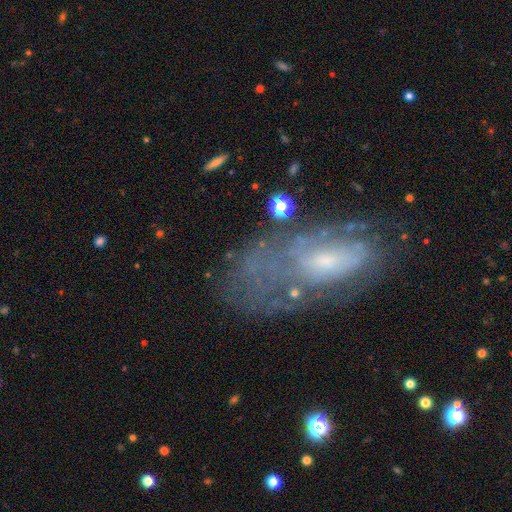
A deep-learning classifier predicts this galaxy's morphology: Q: Smooth or featured?
A: featured or disk (64%); runner-up: smooth (24%)
Q: Edge-on disk?
A: no (91%); runner-up: yes (9%)
Q: Bar?
A: no (74%); runner-up: weak (21%)
Q: Spiral arms?
A: yes (59%); runner-up: no (41%)
Q: Bulge size?
A: small (58%); runner-up: moderate (27%)
Q: Merging?
A: none (56%); runner-up: minor disturbance (22%)